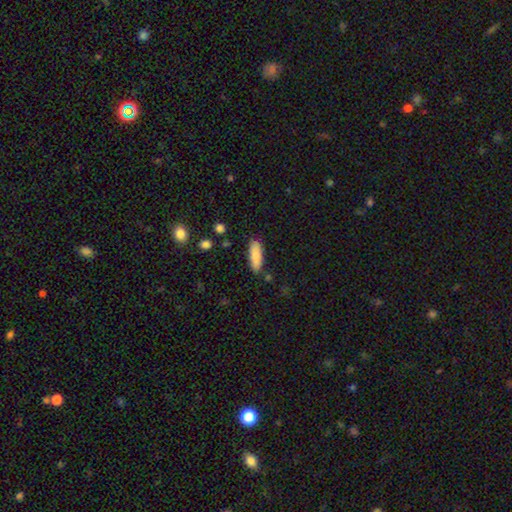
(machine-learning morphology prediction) A smooth galaxy with no disk features (87%) that is in between round and cigar-shaped (56%).

Vote fractions:
- Smooth or featured? smooth: 87% / featured or disk: 7% / star or artifact: 6%
- How rounded? in between: 56% / cigar-shaped: 43% / round: 2%
- Merging? none: 85% / minor disturbance: 11% / major disturbance: 2% / merger: 2%